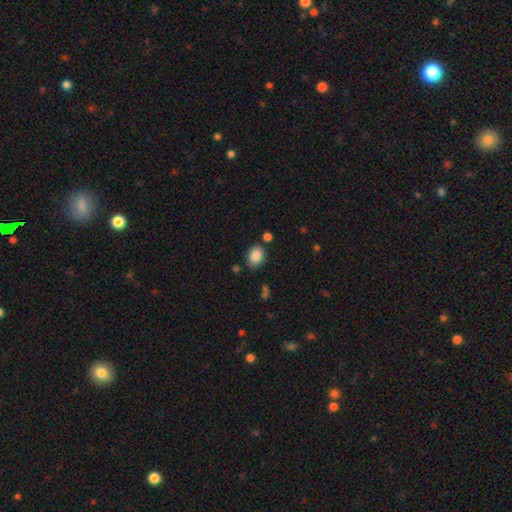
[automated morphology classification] Q: Smooth or featured?
A: smooth (87%); runner-up: star or artifact (8%)
Q: How rounded?
A: in between (61%); runner-up: round (39%)
Q: Merging?
A: none (77%); runner-up: minor disturbance (13%)